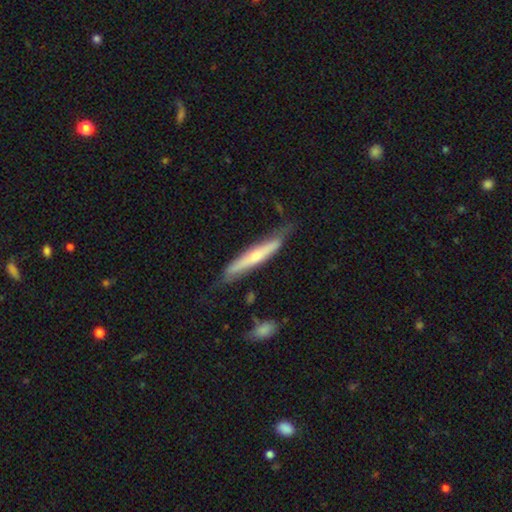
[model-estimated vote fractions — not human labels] Overall: featured or disk (55%; smooth 40%). Edge-on disk: yes (87%). Merging: none (68%).